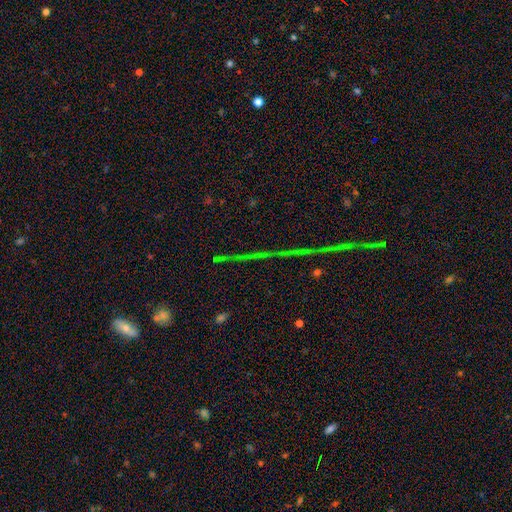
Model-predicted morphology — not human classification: Smooth or featured? star or artifact (77%)